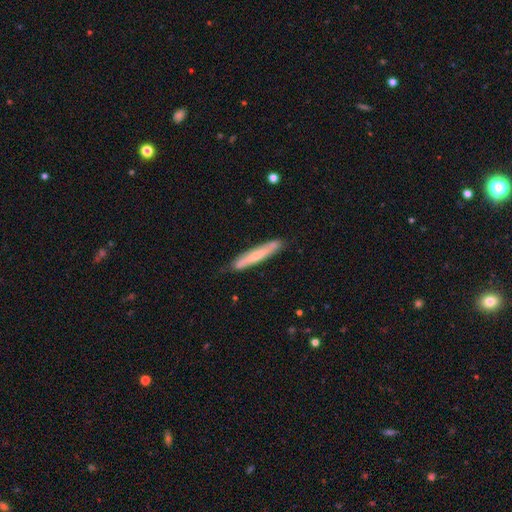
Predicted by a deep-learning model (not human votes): Morphology: type=smooth (51%); roundness=cigar-shaped (94%); merging=none (80%).